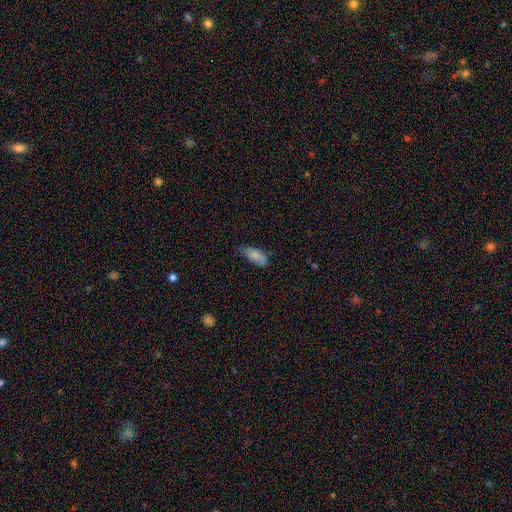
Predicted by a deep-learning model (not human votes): Smooth or featured? Predicted: smooth (p=0.79). How rounded? Predicted: in between (p=0.83). Merging? Predicted: none (p=0.49).